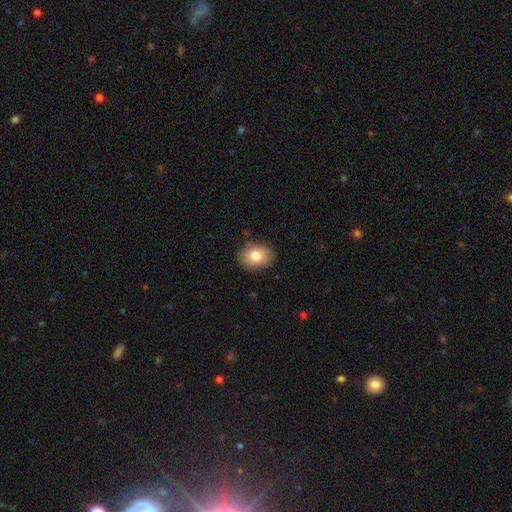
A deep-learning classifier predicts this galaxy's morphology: The model was most divided on "how rounded": in between: 67%, round: 33%, cigar-shaped: 1%. More confident: merging — none (87%); smooth or featured — smooth (80%).